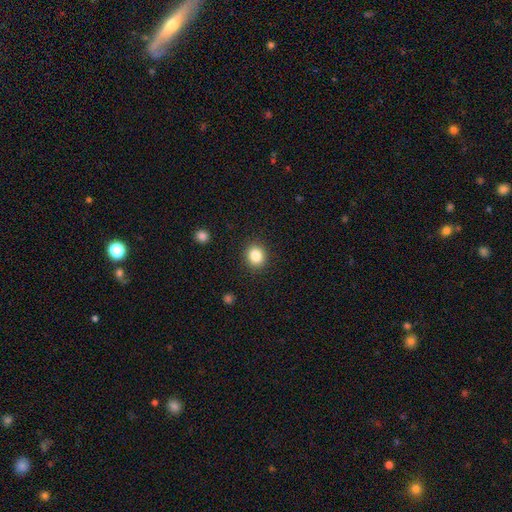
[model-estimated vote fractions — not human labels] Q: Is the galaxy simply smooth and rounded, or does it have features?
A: smooth — 85%.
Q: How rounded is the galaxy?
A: round — 76%.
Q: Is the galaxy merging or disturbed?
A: none — 90%.